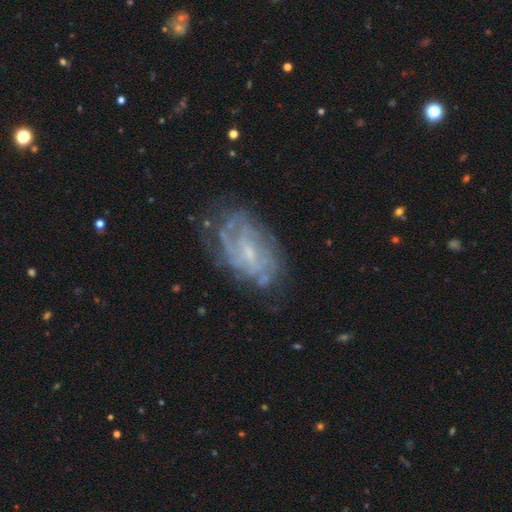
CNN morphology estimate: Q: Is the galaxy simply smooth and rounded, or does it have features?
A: featured or disk — 75%.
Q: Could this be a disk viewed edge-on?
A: no — 95%.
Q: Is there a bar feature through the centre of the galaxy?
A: weak — 45%.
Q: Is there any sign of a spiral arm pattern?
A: yes — 87%.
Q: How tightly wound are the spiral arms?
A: tight — 55%.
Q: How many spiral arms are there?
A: can't tell — 47%.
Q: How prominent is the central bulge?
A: small — 69%.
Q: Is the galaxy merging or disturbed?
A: none — 70%.